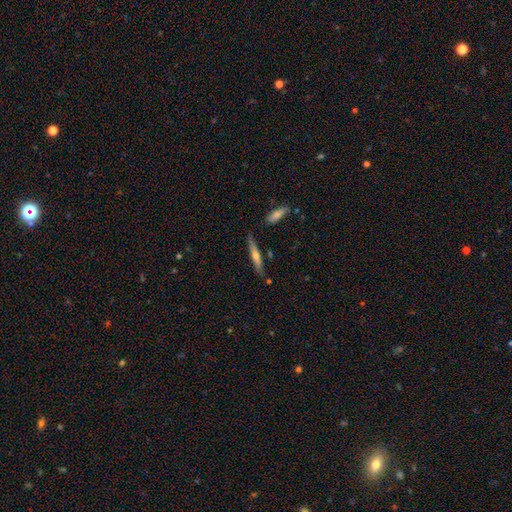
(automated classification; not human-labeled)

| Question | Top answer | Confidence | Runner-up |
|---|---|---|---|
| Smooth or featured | smooth | 50% | featured or disk (44%) |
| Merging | none | 82% | minor disturbance (12%) |